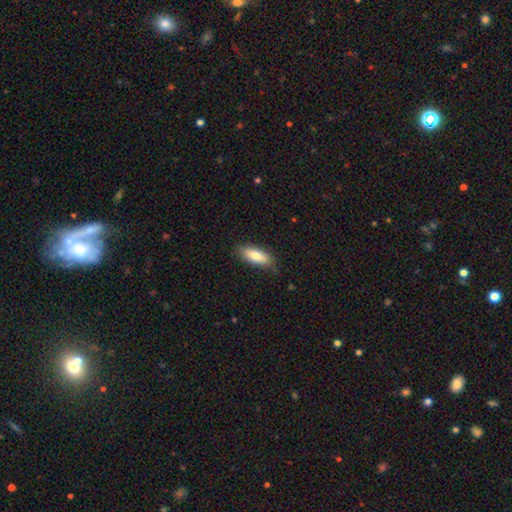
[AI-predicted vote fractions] A smooth galaxy with no disk features (80%) that is in between round and cigar-shaped (71%).

Vote fractions:
- Smooth or featured? smooth: 80% / featured or disk: 14% / star or artifact: 6%
- How rounded? in between: 71% / cigar-shaped: 27% / round: 2%
- Merging? none: 83% / minor disturbance: 13% / major disturbance: 3% / merger: 1%